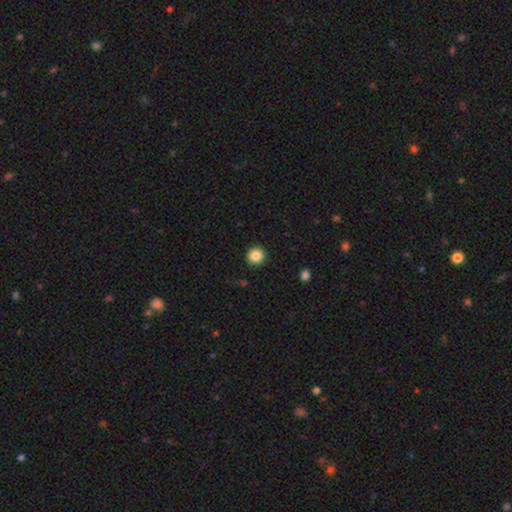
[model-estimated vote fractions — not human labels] Overall: smooth (85%). How rounded: round (95%). Merging: none (92%).